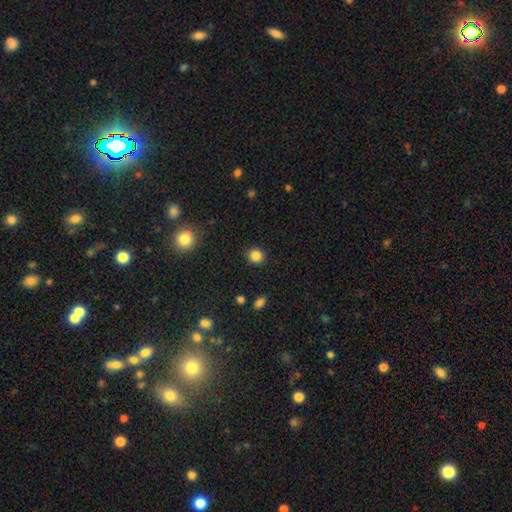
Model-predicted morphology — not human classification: A smooth galaxy with no disk features (85%) that is round (88%). Merging: none (91%).